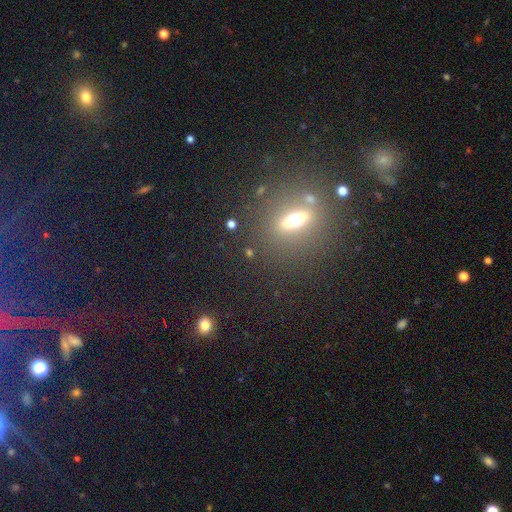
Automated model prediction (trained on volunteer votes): This is possibly a star or artifact rather than a galaxy (47%).